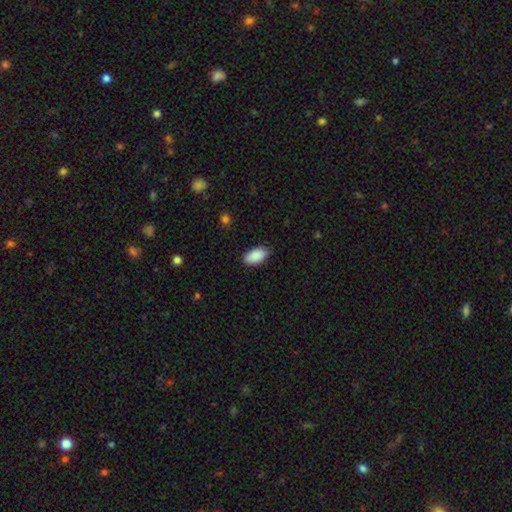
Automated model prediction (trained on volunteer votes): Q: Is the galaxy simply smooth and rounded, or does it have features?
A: smooth — 91%.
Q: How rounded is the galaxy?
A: in between — 95%.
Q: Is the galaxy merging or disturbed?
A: none — 87%.